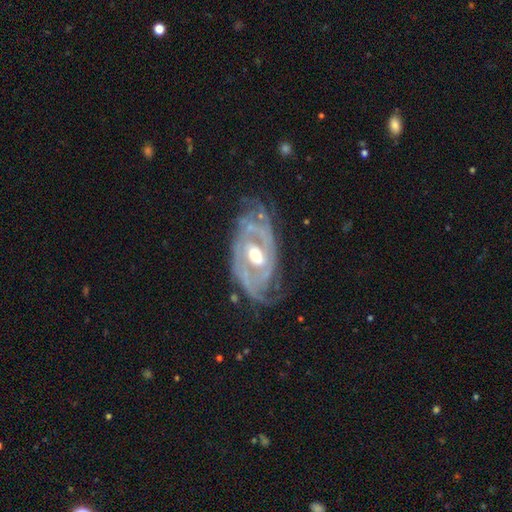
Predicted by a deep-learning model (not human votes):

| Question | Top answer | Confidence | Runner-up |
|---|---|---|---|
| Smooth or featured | featured or disk | 89% | smooth (7%) |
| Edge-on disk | no | 95% | yes (5%) |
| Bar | no | 51% | weak (34%) |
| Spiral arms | yes | 90% | no (10%) |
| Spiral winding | tight | 53% | medium (33%) |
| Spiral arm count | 2 | 45% | can't tell (25%) |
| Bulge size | moderate | 71% | large (17%) |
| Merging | none | 61% | minor disturbance (23%) |